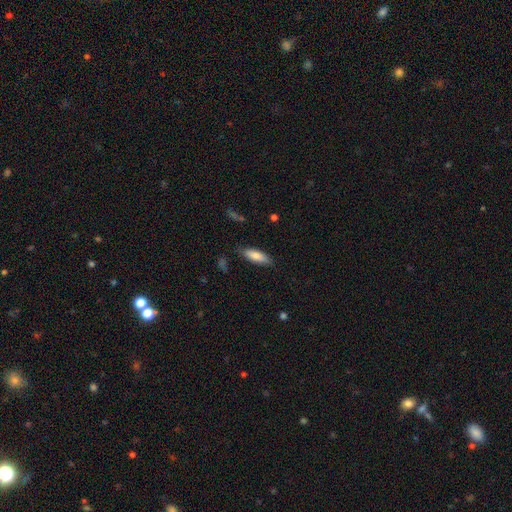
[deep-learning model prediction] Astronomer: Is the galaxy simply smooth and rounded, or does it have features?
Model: smooth — 80%.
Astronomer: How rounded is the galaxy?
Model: in between — 54% (runner-up: cigar-shaped, 45%).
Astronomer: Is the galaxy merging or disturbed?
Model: none — 80%.